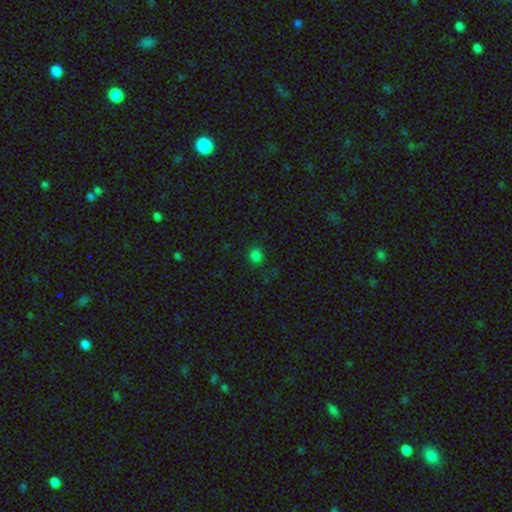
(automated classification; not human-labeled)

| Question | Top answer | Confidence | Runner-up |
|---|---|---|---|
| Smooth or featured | smooth | 77% | star or artifact (19%) |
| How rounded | round | 75% | in between (24%) |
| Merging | none | 83% | minor disturbance (12%) |